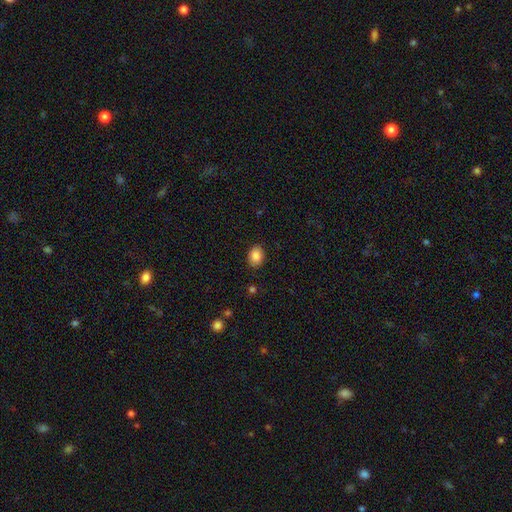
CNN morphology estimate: Smooth or featured? Predicted: smooth (p=0.87). How rounded? Predicted: in between (p=0.71). Merging? Predicted: none (p=0.88).